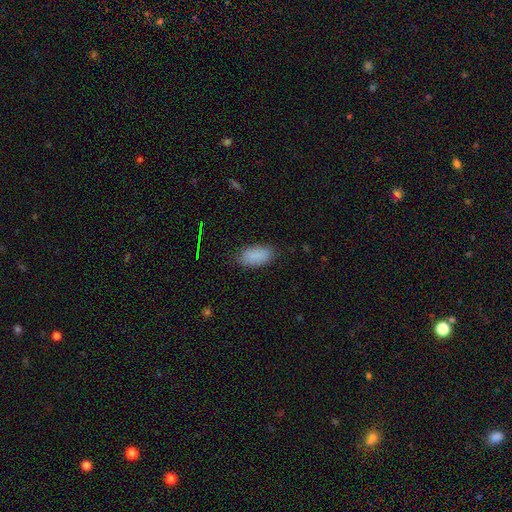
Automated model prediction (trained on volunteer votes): This appears to be a smooth galaxy with no disk features (87%) that is in between round and cigar-shaped (92%). Merging: none (82%).